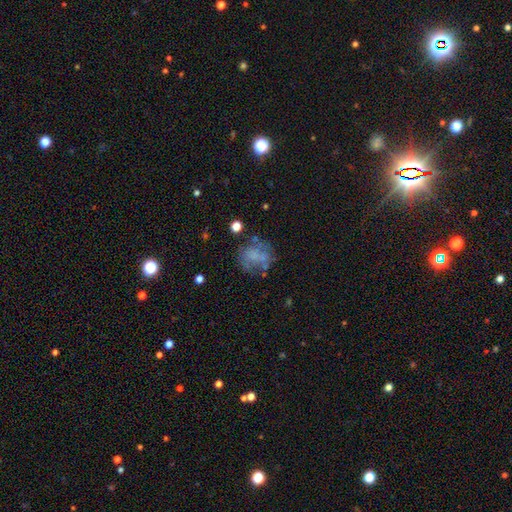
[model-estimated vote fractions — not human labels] smooth_or_featured: featured or disk (p=0.43) [alt: smooth p=0.42]
merging: none (p=0.52) [alt: minor disturbance p=0.20]